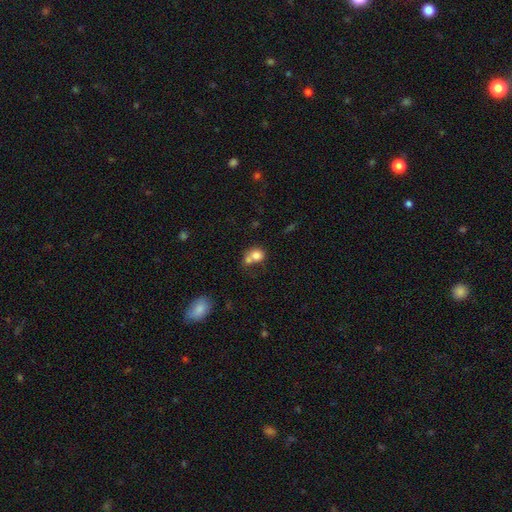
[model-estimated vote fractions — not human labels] Q: Smooth or featured?
A: smooth (78%); runner-up: featured or disk (12%)
Q: How rounded?
A: round (64%); runner-up: in between (35%)
Q: Merging?
A: merger (49%); runner-up: none (33%)